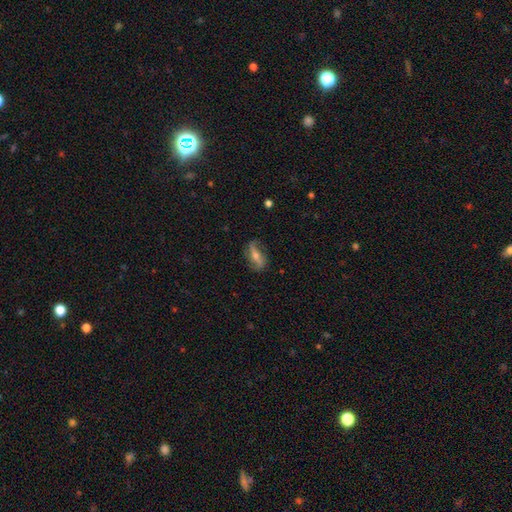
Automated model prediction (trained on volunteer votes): Overall: featured or disk (68%). Edge-on disk: no (84%). Bar: strong (43%; weak 30%). Spiral arms: yes (83%). Bulge size: moderate (55%; small 37%). Merging: none (74%).